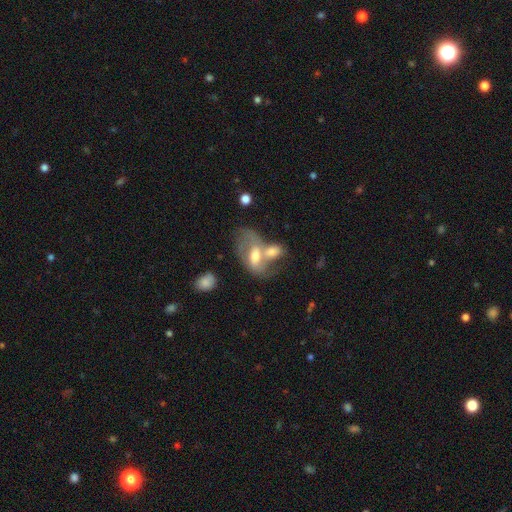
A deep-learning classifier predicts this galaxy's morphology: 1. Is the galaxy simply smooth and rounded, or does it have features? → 48% featured or disk, 44% smooth, 8% star or artifact.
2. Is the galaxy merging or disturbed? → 63% merger, 15% none, 12% major disturbance, 10% minor disturbance.